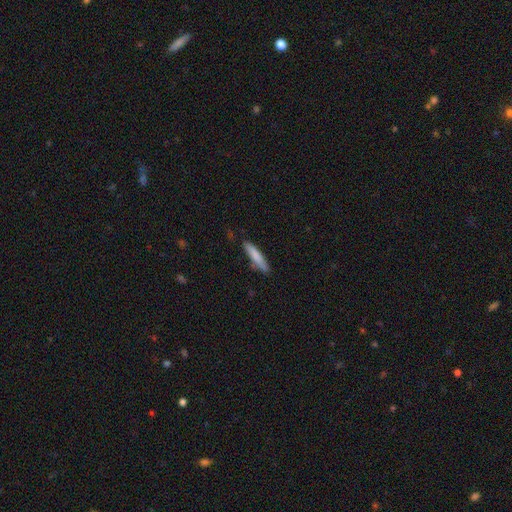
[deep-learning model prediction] This is likely a smooth galaxy (79%). How rounded: clearly cigar-shaped (87%). Merging: likely none (80%).